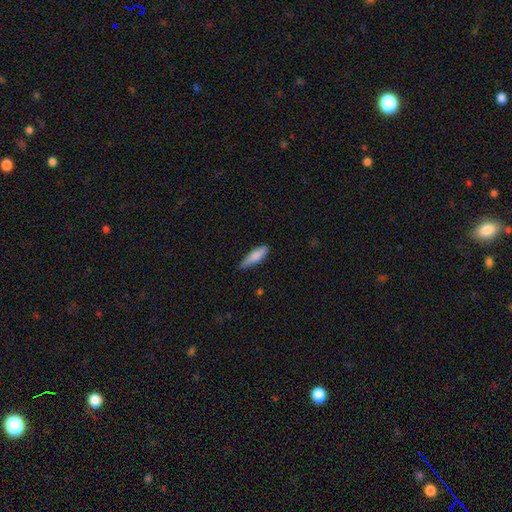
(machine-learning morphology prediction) Smooth or featured?
  - smooth: 83% *
  - featured or disk: 11%
  - star or artifact: 6%
How rounded?
  - cigar-shaped: 53% *
  - in between: 46%
  - round: 2%
Merging?
  - none: 73% *
  - minor disturbance: 23%
  - major disturbance: 3%
  - merger: 1%